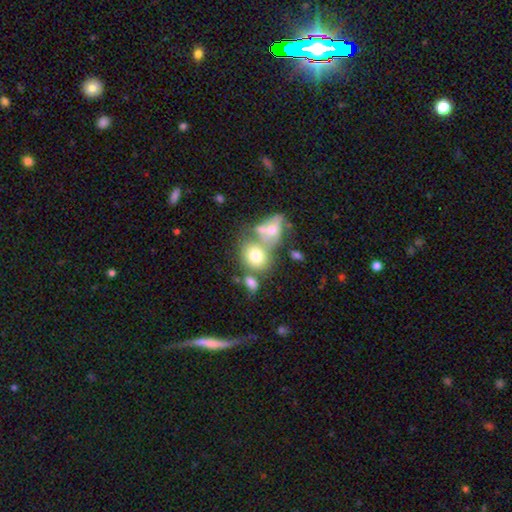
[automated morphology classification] Smooth or featured? Predicted: star or artifact (p=0.58).